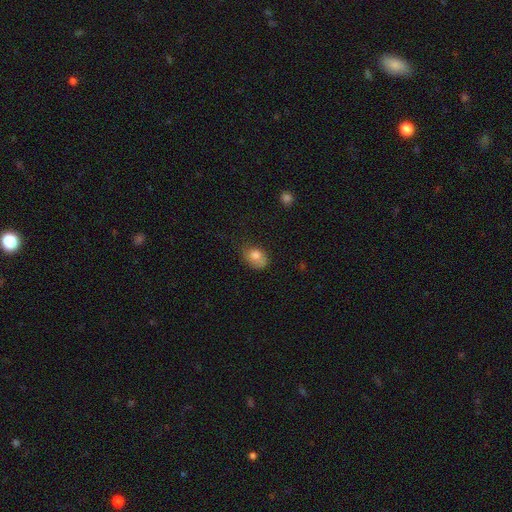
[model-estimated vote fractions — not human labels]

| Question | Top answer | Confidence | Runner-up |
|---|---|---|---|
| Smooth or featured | smooth | 78% | featured or disk (13%) |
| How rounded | in between | 67% | round (32%) |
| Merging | none | 50% | minor disturbance (33%) |